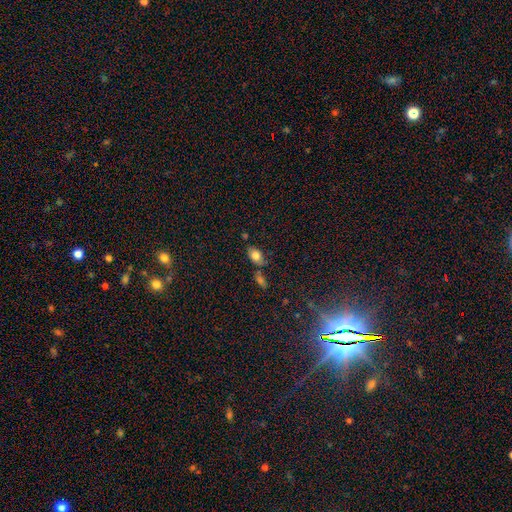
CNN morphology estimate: The model was most divided on "merging": none: 65%, minor disturbance: 16%, merger: 15%, major disturbance: 4%. More confident: how rounded — in between (85%); smooth or featured — smooth (79%).